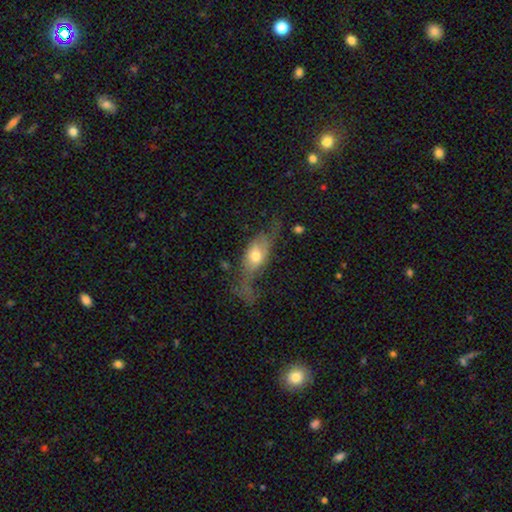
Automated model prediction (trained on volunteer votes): Smooth or featured? smooth (47%)
Merging? major disturbance (41%)